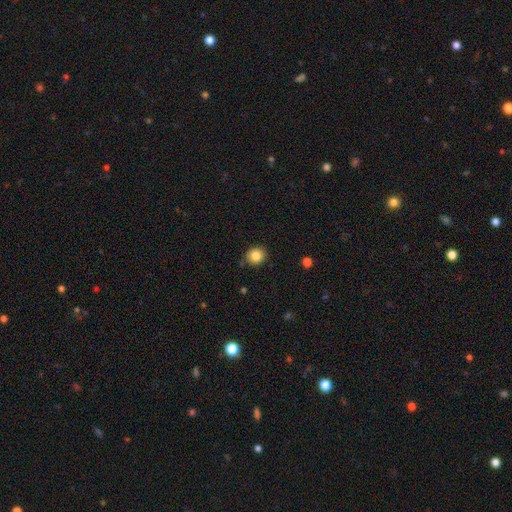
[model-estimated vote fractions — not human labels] A smooth galaxy with no disk features (84%) that is round (79%).

Vote fractions:
- Smooth or featured? smooth: 84% / star or artifact: 10% / featured or disk: 6%
- How rounded? round: 79% / in between: 20% / cigar-shaped: 1%
- Merging? none: 84% / minor disturbance: 12% / major disturbance: 2% / merger: 2%